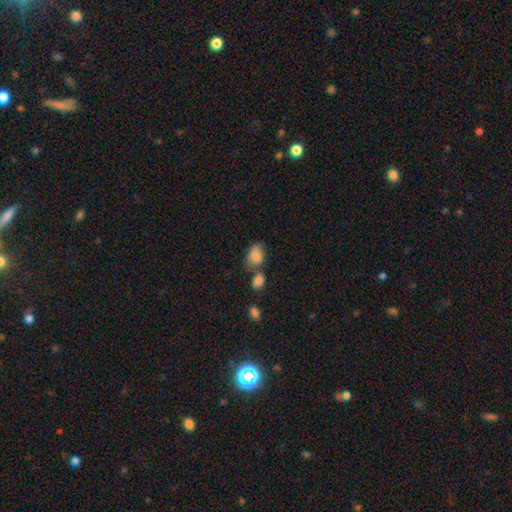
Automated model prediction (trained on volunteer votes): Smooth or featured? Predicted: smooth (p=0.84). How rounded? Predicted: in between (p=0.82). Merging? Predicted: none (p=0.43).